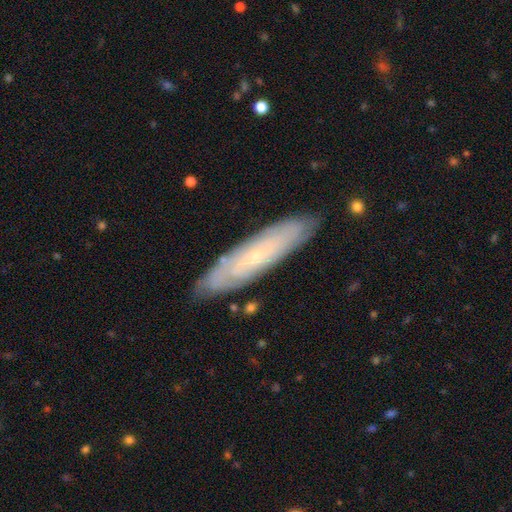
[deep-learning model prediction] Smooth or featured? Predicted: featured or disk (p=0.64). Edge-on disk? Predicted: no (p=0.62). Merging? Predicted: none (p=0.85).